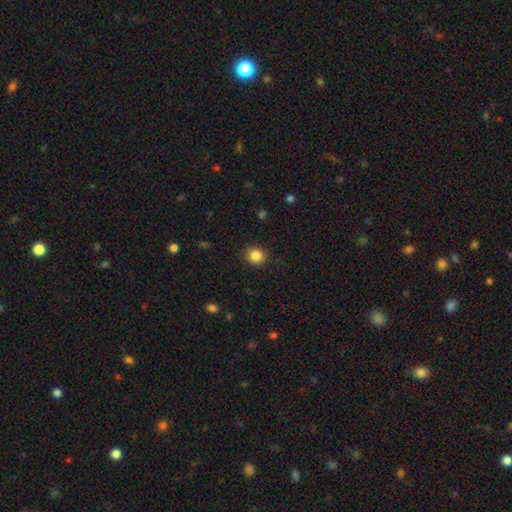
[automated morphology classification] smooth-or-featured: smooth: 85% | star or artifact: 10% | featured or disk: 4%
  how-rounded: round: 83% | in between: 16% | cigar-shaped: 1%
  merging: none: 89% | minor disturbance: 8% | major disturbance: 3% | merger: 1%